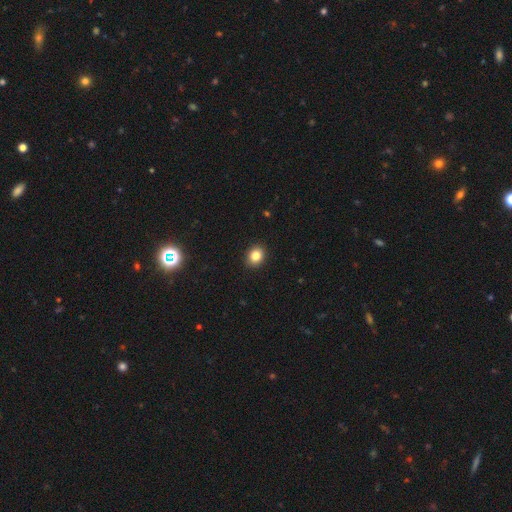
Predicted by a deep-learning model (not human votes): Morphology: type=smooth (84%); roundness=round (57%); merging=none (91%).